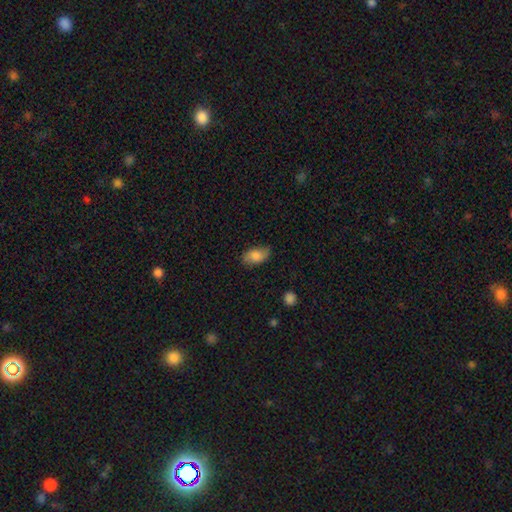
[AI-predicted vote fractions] Overall: smooth (82%). How rounded: in between (92%). Merging: none (78%).